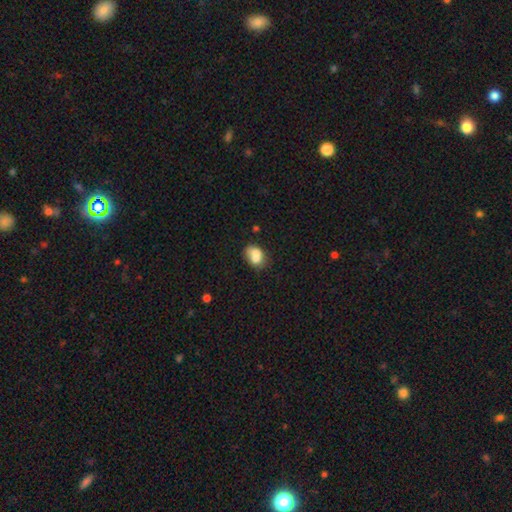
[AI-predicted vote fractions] Overall: smooth (72%). How rounded: in between (66%; round 33%). Merging: merger (42%; none 32%).